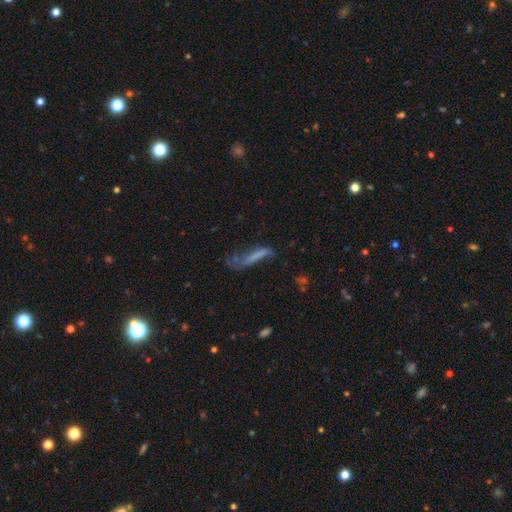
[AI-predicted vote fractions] This appears to be a smooth galaxy with no disk features (58%) that is cigar-shaped (84%). Merging: none (36%).